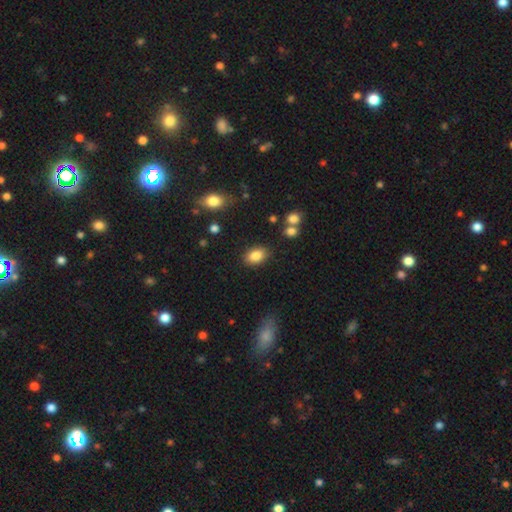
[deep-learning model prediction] Smooth or featured?
  - smooth: 85% *
  - star or artifact: 9%
  - featured or disk: 6%
How rounded?
  - in between: 81% *
  - round: 17%
  - cigar-shaped: 1%
Merging?
  - none: 84% *
  - minor disturbance: 10%
  - major disturbance: 3%
  - merger: 3%